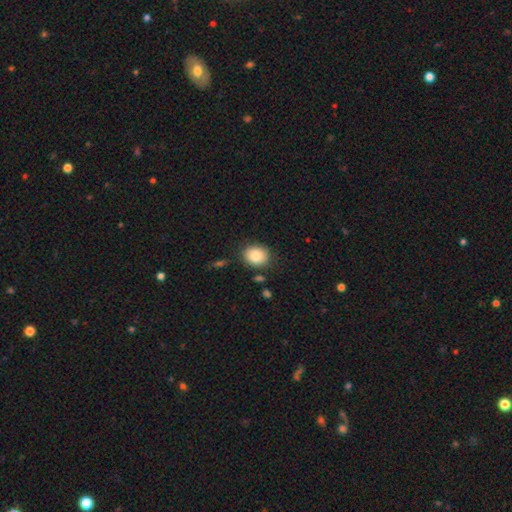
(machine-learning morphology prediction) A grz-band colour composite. It shows a smooth galaxy with no disk features (84%) that is round (58%). Merging: none (82%).